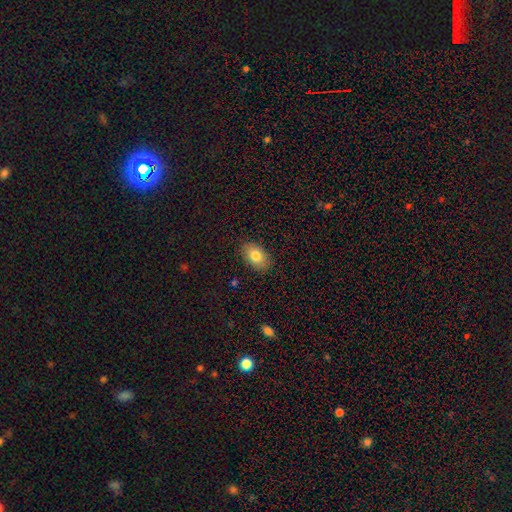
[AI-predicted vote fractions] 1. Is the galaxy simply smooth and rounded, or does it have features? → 81% smooth, 11% featured or disk, 8% star or artifact.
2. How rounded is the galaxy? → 89% in between, 10% round, 1% cigar-shaped.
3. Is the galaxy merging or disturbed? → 87% none, 10% minor disturbance, 2% major disturbance, 1% merger.